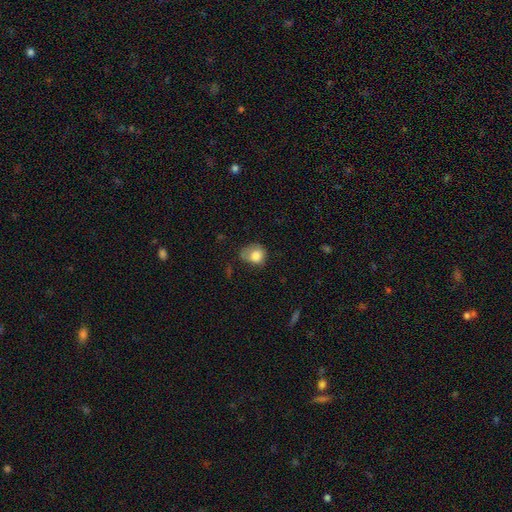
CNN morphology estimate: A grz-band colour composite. It shows a smooth galaxy with no disk features (79%) that is round (58%). Merging: minor disturbance (37%).